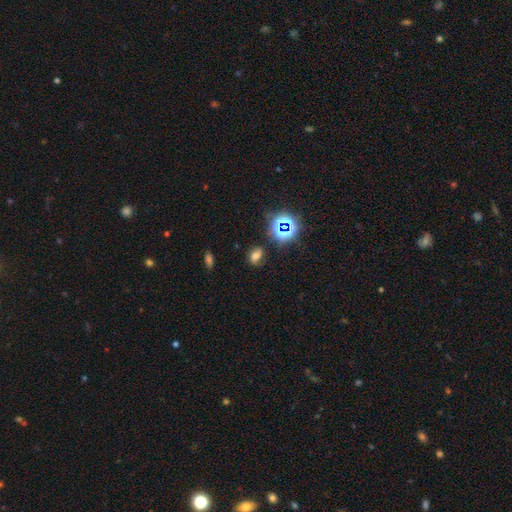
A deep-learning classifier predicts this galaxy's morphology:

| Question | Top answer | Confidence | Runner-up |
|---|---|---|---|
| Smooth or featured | smooth | 51% | star or artifact (32%) |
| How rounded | in between | 69% | round (29%) |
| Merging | none | 70% | minor disturbance (19%) |